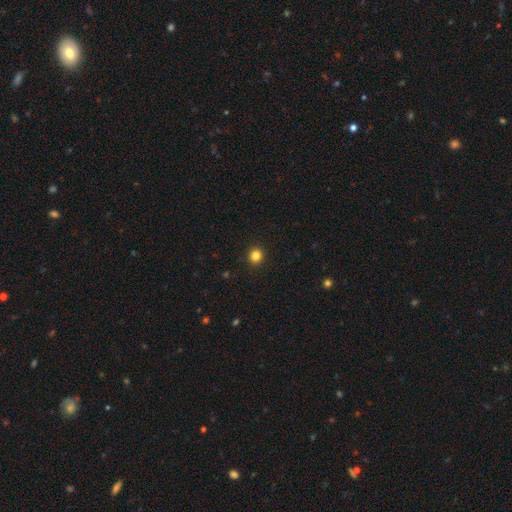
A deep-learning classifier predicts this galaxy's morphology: This appears to be a smooth galaxy with no disk features (84%) that is round (92%). Merging: none (93%).